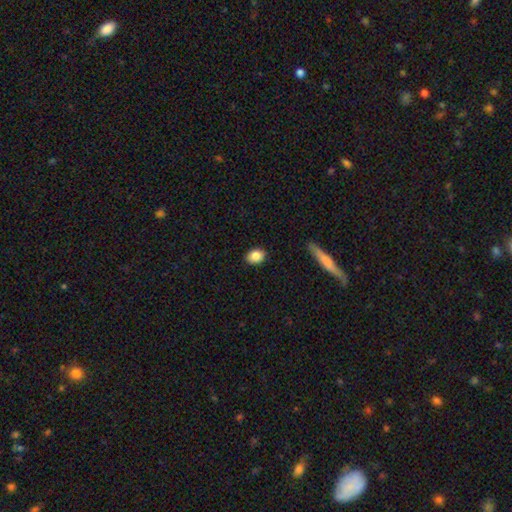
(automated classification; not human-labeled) Q: Smooth or featured?
A: smooth (85%); runner-up: star or artifact (8%)
Q: How rounded?
A: in between (68%); runner-up: round (30%)
Q: Merging?
A: none (88%); runner-up: minor disturbance (9%)